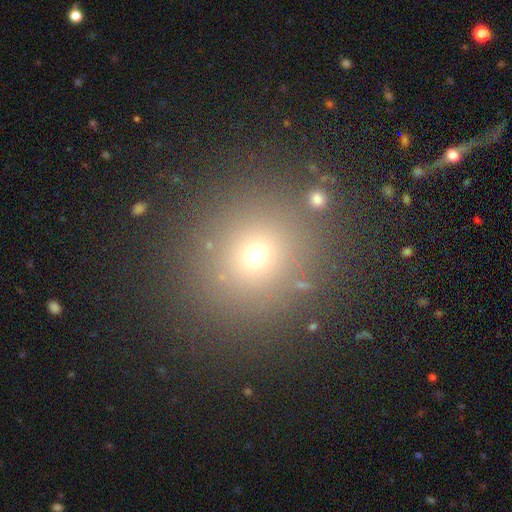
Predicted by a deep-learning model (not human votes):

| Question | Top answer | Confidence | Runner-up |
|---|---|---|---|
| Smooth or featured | smooth | 64% | star or artifact (27%) |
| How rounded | round | 87% | in between (12%) |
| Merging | none | 87% | minor disturbance (7%) |